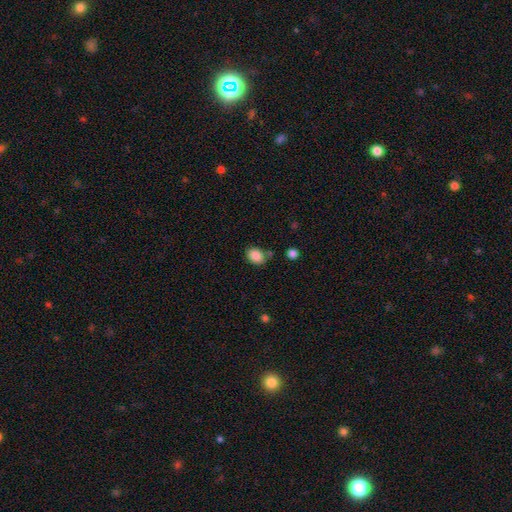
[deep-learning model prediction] The model was most divided on "how rounded": in between: 62%, round: 37%, cigar-shaped: 1%. More confident: smooth or featured — smooth (87%); merging — none (67%).